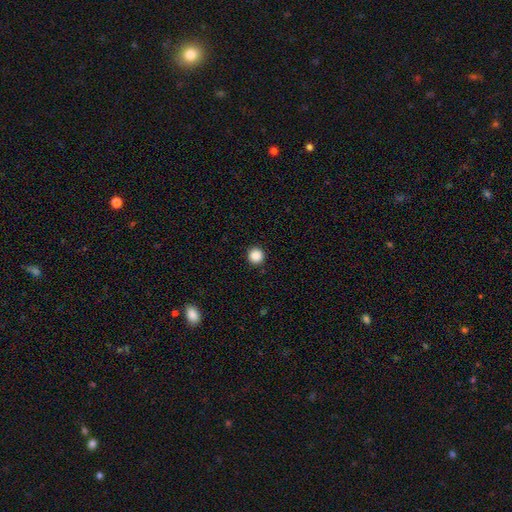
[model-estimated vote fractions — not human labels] smooth 88%, star or artifact 10%, featured or disk 2%. Down the decision tree: how rounded — round (96%); merging — none (93%).